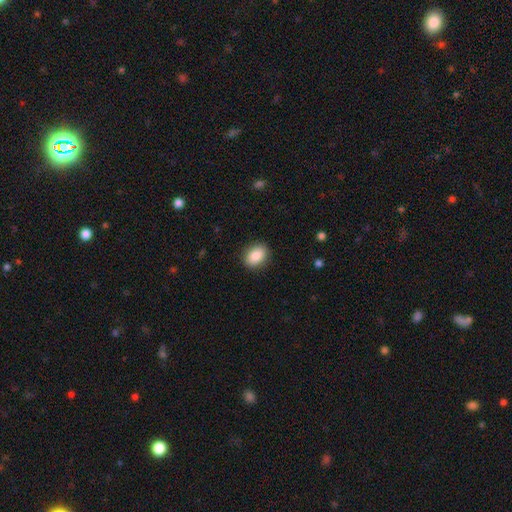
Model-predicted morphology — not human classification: Overall: smooth (86%). How rounded: in between (69%). Merging: none (89%).